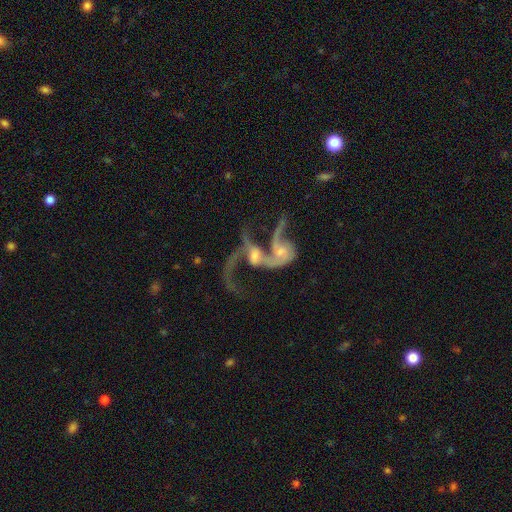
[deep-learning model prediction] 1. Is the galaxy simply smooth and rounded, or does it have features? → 80% featured or disk, 11% smooth, 9% star or artifact.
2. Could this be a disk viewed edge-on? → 96% no, 4% yes.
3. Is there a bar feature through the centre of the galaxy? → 60% no, 30% weak, 10% strong.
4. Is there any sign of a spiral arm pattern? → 86% yes, 14% no.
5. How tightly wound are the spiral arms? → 76% loose, 19% medium, 5% tight.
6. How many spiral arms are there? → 61% 2, 16% 1, 10% can't tell, 8% 3, 3% 4, 2% more than 4.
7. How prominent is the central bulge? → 42% moderate, 38% small, 13% none, 5% large, 2% dominant.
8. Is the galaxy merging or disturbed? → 72% merger, 13% major disturbance, 11% none, 5% minor disturbance.